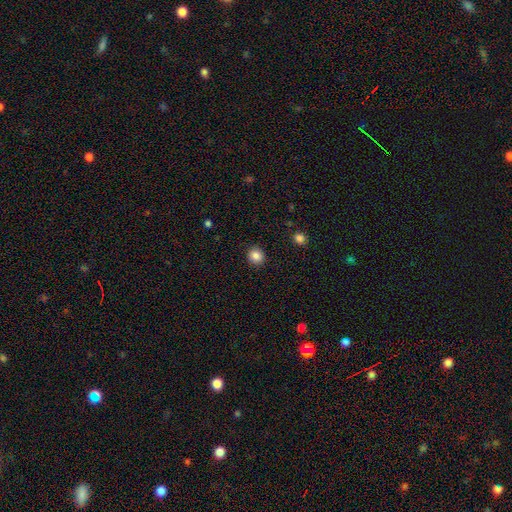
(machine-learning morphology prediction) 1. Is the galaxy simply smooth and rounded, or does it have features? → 86% smooth, 10% star or artifact, 4% featured or disk.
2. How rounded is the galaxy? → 86% round, 13% in between, 1% cigar-shaped.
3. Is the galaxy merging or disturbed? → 91% none, 6% minor disturbance, 2% major disturbance, 1% merger.